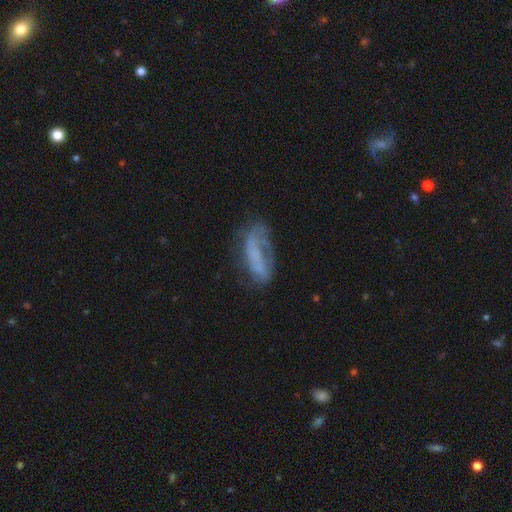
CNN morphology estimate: A featured or disk galaxy (49%).

Vote fractions:
- Smooth or featured? featured or disk: 49% / smooth: 40% / star or artifact: 11%
- Merging? none: 42% / major disturbance: 27% / minor disturbance: 26% / merger: 4%